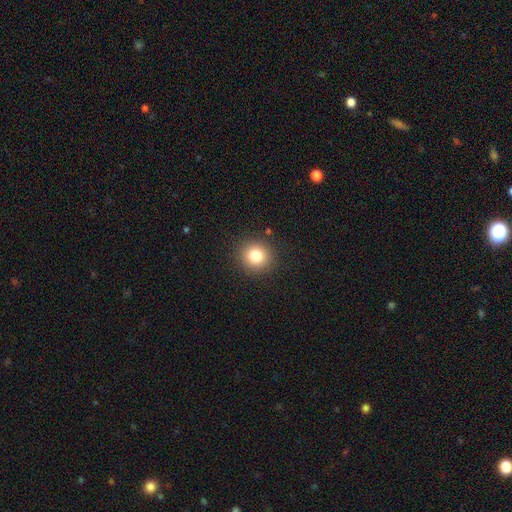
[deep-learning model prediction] Smooth or featured?
  - smooth: 81% *
  - star or artifact: 12%
  - featured or disk: 7%
How rounded?
  - round: 90% *
  - in between: 9%
  - cigar-shaped: 1%
Merging?
  - none: 90% *
  - minor disturbance: 7%
  - major disturbance: 2%
  - merger: 1%